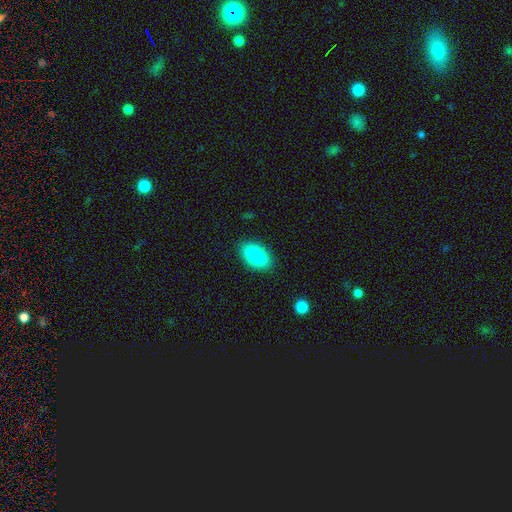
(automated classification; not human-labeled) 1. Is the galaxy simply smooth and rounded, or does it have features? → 85% smooth, 8% featured or disk, 7% star or artifact.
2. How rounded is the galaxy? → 93% in between, 5% round, 2% cigar-shaped.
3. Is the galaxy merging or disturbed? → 88% none, 9% minor disturbance, 2% major disturbance, 1% merger.